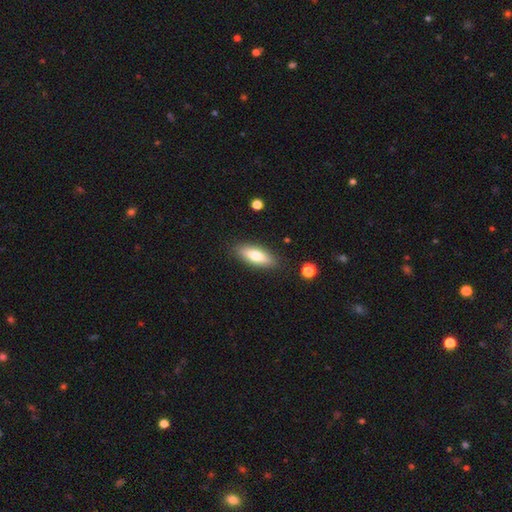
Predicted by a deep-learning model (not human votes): Smooth or featured? Predicted: smooth (p=0.71). How rounded? Predicted: in between (p=0.65). Merging? Predicted: none (p=0.87).